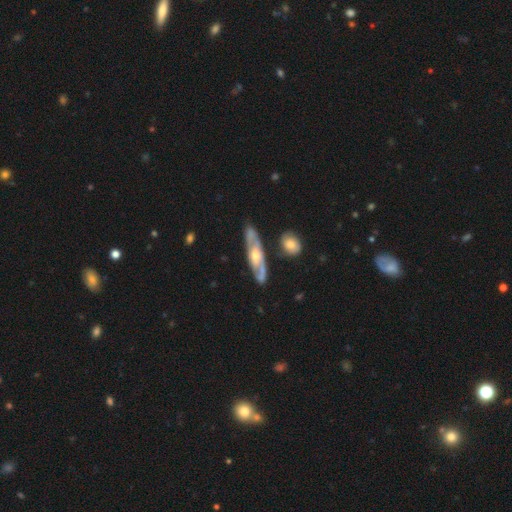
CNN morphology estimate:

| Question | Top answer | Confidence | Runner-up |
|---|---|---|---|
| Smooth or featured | featured or disk | 73% | smooth (22%) |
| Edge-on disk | no | 67% | yes (33%) |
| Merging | none | 75% | minor disturbance (15%) |